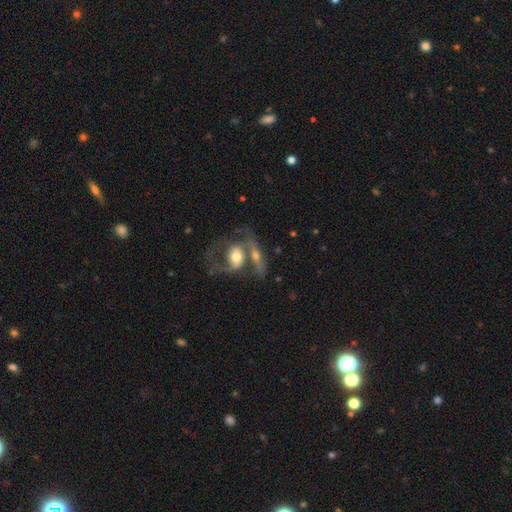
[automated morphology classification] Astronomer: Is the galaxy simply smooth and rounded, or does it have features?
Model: featured or disk — 60%.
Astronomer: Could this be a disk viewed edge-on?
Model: no — 76%.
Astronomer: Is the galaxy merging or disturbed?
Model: merger — 54%.